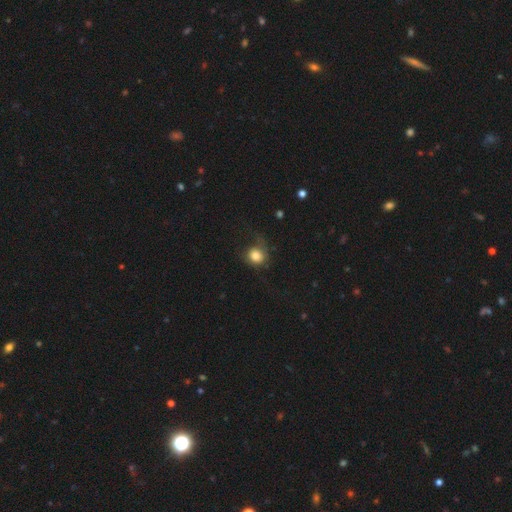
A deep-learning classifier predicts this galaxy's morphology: type=smooth (78%); roundness=round (81%); merging=none (52%).